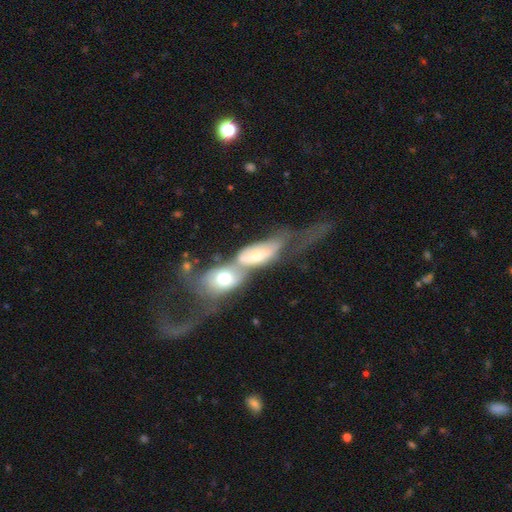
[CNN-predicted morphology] Q: Smooth or featured?
A: smooth (49%); runner-up: featured or disk (44%)
Q: Merging?
A: merger (74%); runner-up: major disturbance (12%)